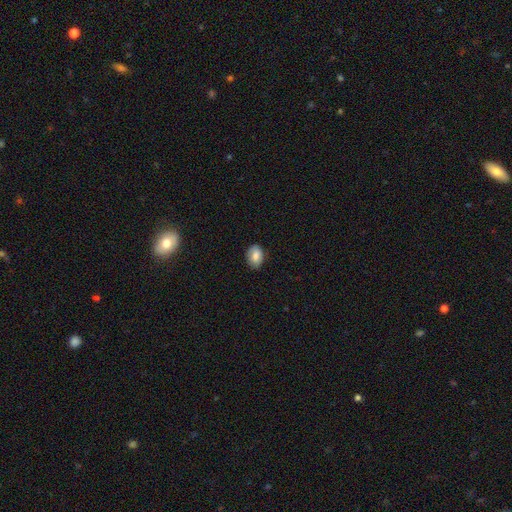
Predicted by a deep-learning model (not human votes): A smooth galaxy with no disk features (81%) that is in between round and cigar-shaped (78%).

Vote fractions:
- Smooth or featured? smooth: 81% / featured or disk: 11% / star or artifact: 8%
- How rounded? in between: 78% / round: 21% / cigar-shaped: 1%
- Merging? none: 84% / minor disturbance: 12% / major disturbance: 2% / merger: 1%